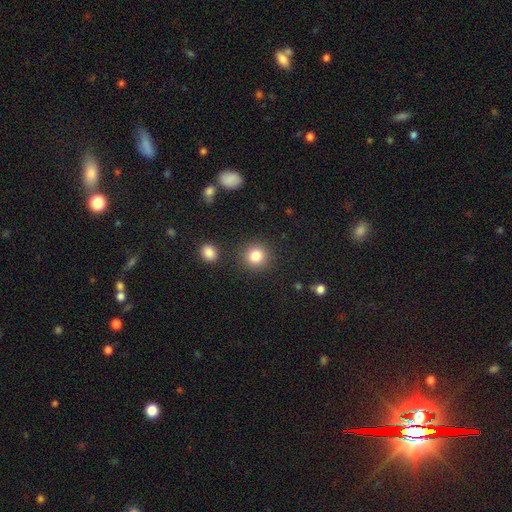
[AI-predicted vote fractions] The model was most divided on "smooth or featured": smooth: 83%, star or artifact: 11%, featured or disk: 6%. More confident: how rounded — round (90%); merging — none (87%).